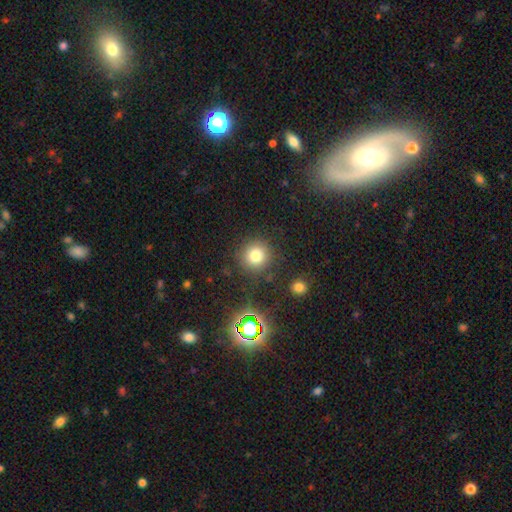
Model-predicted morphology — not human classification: This appears to be a smooth galaxy with no disk features (76%) that is round (92%). Merging: none (86%).